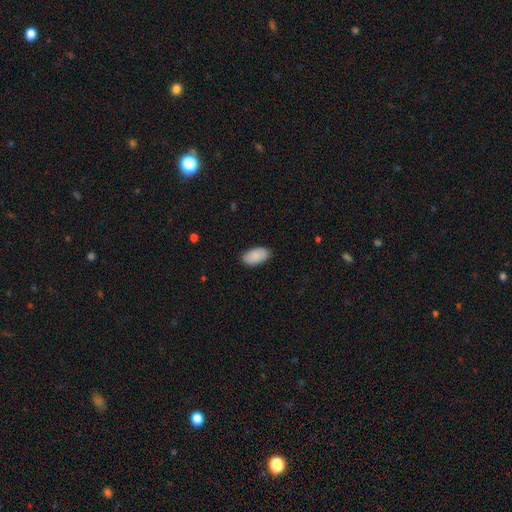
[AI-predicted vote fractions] Smooth or featured: smooth — 89% (star or artifact — 6%)
How rounded: in between — 95% (round — 3%)
Merging: none — 87% (minor disturbance — 10%)